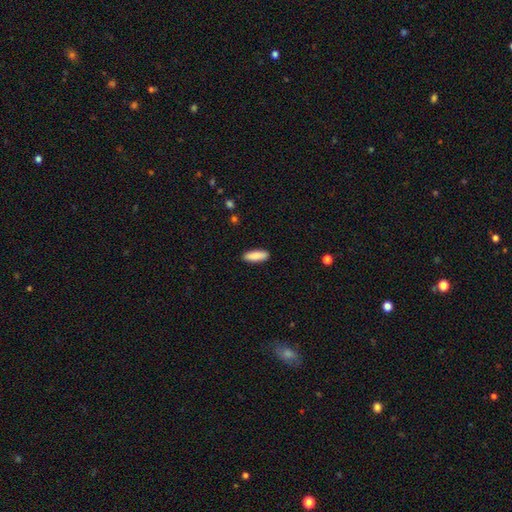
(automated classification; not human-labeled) A smooth galaxy with no disk features (89%) that is in between round and cigar-shaped (55%).

Vote fractions:
- Smooth or featured? smooth: 89% / star or artifact: 6% / featured or disk: 6%
- How rounded? in between: 55% / cigar-shaped: 44% / round: 2%
- Merging? none: 90% / minor disturbance: 8% / major disturbance: 2% / merger: 1%